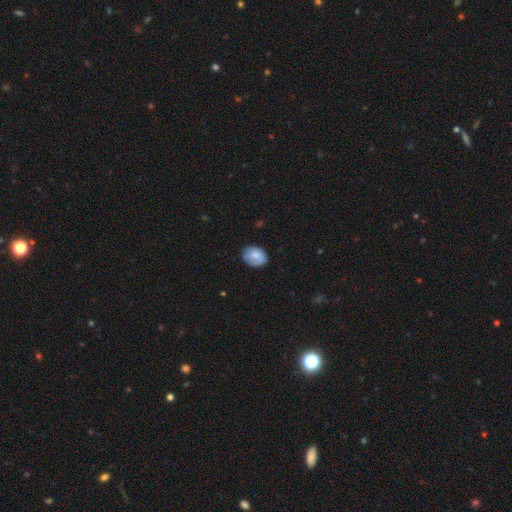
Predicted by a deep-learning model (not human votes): The model was most divided on "how rounded": in between: 53%, round: 46%, cigar-shaped: 1%. More confident: smooth or featured — smooth (78%); merging — none (68%).